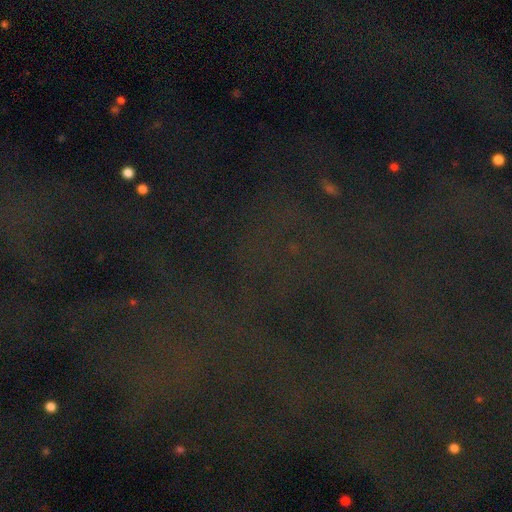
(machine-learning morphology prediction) This is likely a star or artifact rather than a galaxy (78%).